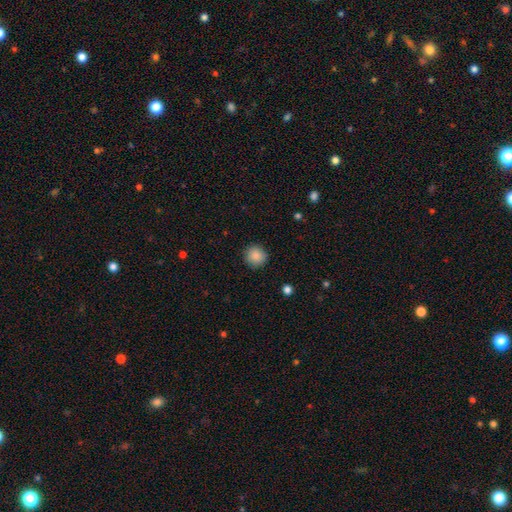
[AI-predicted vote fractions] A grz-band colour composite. It shows a smooth galaxy with no disk features (88%) that is round (93%). Merging: none (90%).